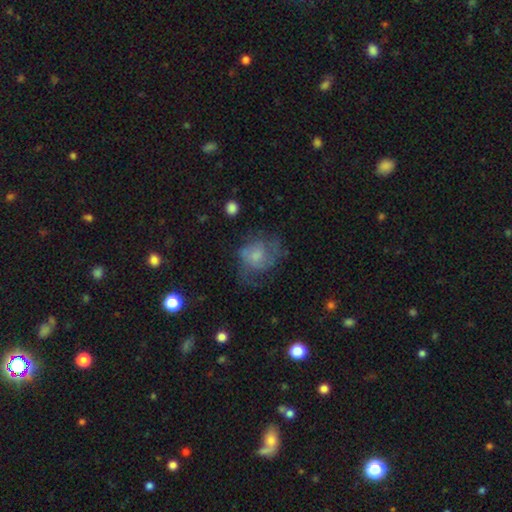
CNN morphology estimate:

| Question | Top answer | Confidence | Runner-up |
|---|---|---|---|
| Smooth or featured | featured or disk | 48% | smooth (42%) |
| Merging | none | 44% | major disturbance (29%) |